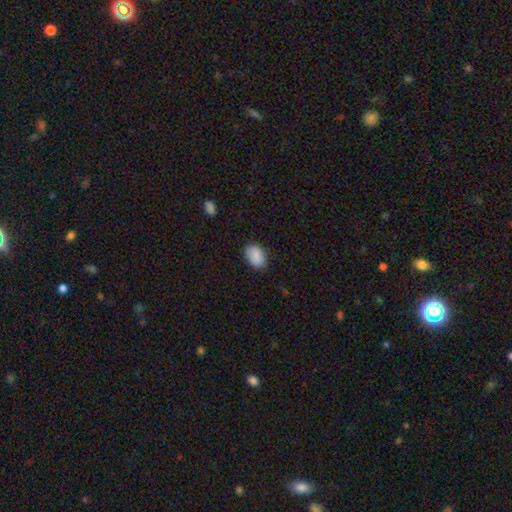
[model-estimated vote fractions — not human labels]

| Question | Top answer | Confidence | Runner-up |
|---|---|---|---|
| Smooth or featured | smooth | 89% | star or artifact (7%) |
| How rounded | in between | 84% | round (14%) |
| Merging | none | 81% | minor disturbance (15%) |